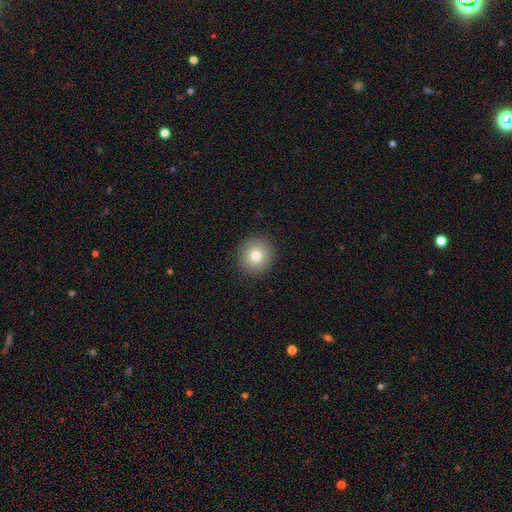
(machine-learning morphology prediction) Smooth or featured? smooth (80%)
How rounded? round (91%)
Merging? none (92%)